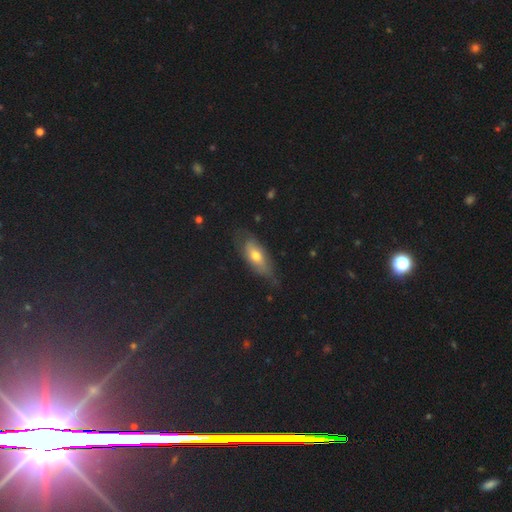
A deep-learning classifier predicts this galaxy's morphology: Smooth or featured: smooth — 55% (featured or disk — 36%)
How rounded: in between — 76% (cigar-shaped — 19%)
Merging: none — 63% (minor disturbance — 27%)